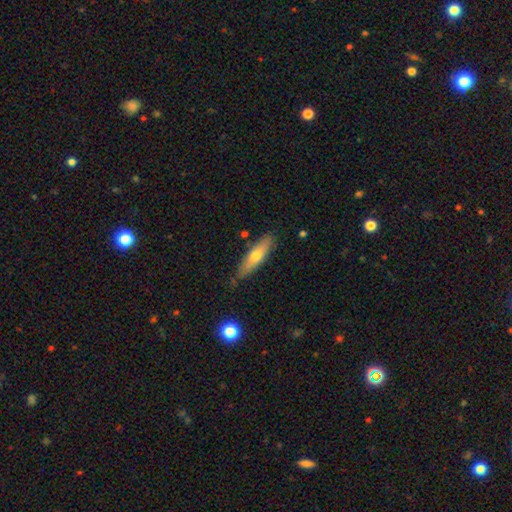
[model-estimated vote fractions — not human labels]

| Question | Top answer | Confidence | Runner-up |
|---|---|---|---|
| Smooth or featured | smooth | 60% | featured or disk (34%) |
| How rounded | cigar-shaped | 67% | in between (31%) |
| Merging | none | 81% | minor disturbance (14%) |